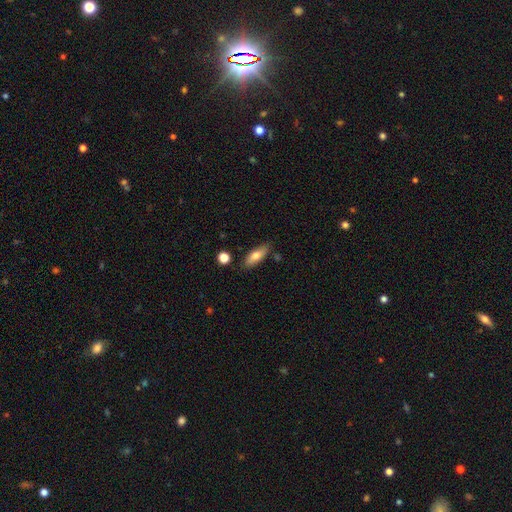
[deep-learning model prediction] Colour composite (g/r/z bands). It shows a smooth galaxy with no disk features (71%) that is in between round and cigar-shaped (65%). Merging: none (82%).